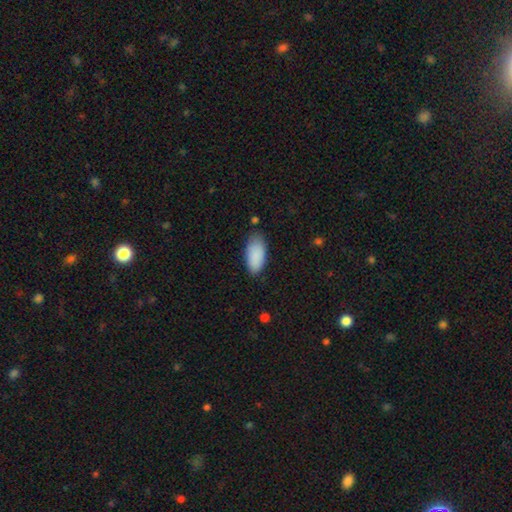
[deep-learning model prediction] smooth-or-featured: smooth: 89% | star or artifact: 6% | featured or disk: 4%
  how-rounded: in between: 92% | cigar-shaped: 6% | round: 2%
  merging: none: 76% | minor disturbance: 19% | major disturbance: 4% | merger: 2%